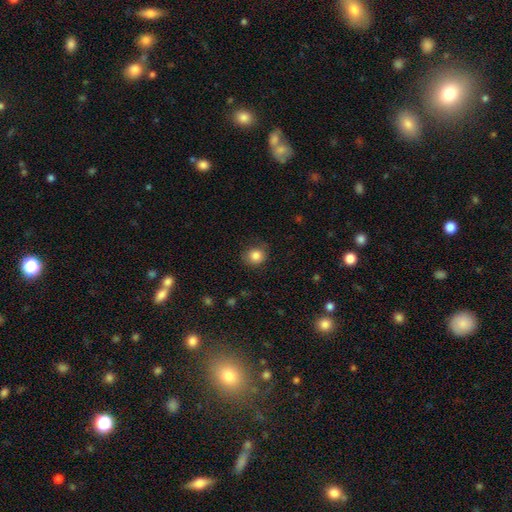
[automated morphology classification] Q: Smooth or featured?
A: smooth (85%); runner-up: star or artifact (10%)
Q: How rounded?
A: round (80%); runner-up: in between (20%)
Q: Merging?
A: none (78%); runner-up: minor disturbance (17%)